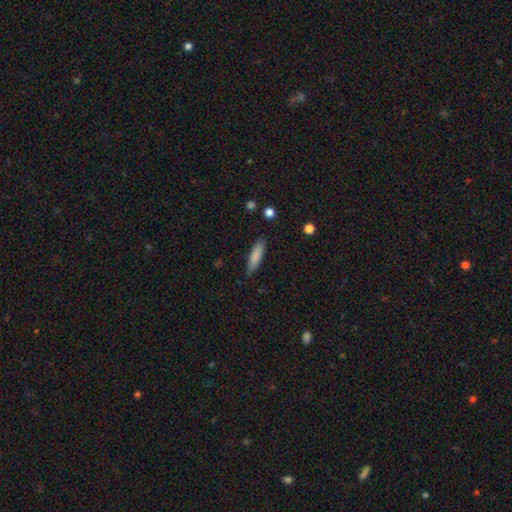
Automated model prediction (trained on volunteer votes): The model was most divided on "how rounded": cigar-shaped: 70%, in between: 28%, round: 2%. More confident: merging — none (82%); smooth or featured — smooth (81%).